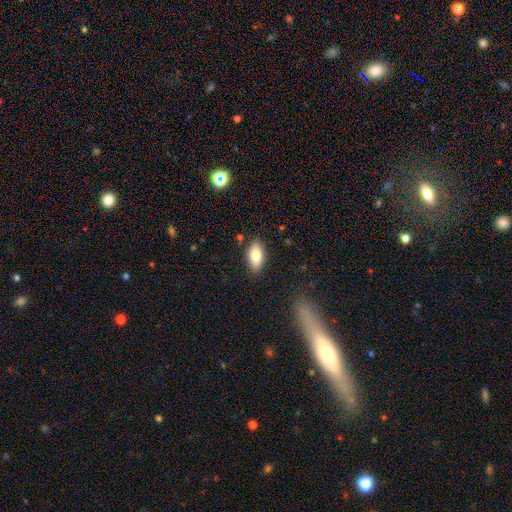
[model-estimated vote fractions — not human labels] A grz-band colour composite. It shows a smooth galaxy with no disk features (78%) that is in between round and cigar-shaped (89%). Merging: none (83%).